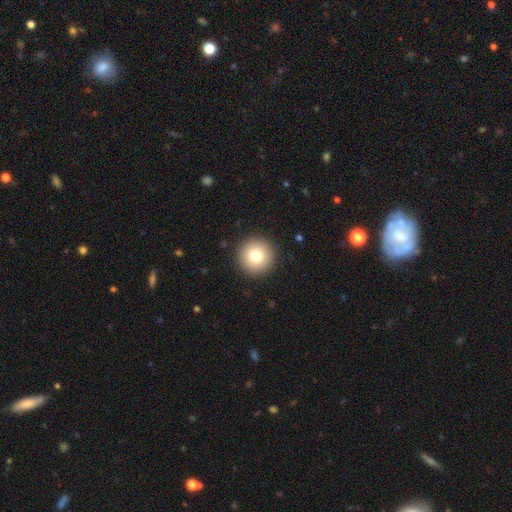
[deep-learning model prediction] Smooth or featured?
  - smooth: 78% *
  - featured or disk: 11%
  - star or artifact: 10%
How rounded?
  - round: 96% *
  - in between: 3%
  - cigar-shaped: 1%
Merging?
  - none: 92% *
  - minor disturbance: 5%
  - major disturbance: 2%
  - merger: 1%